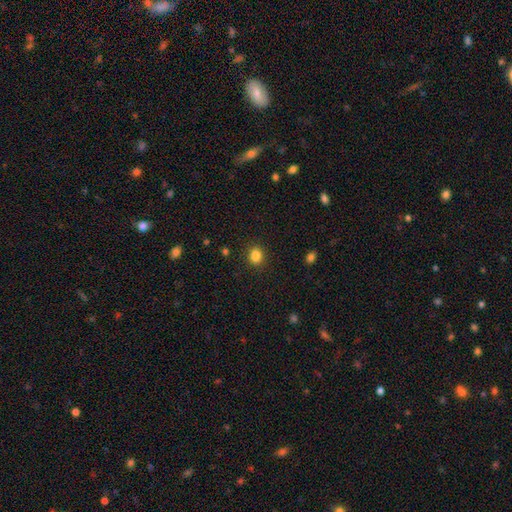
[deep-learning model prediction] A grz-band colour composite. It shows a smooth galaxy with no disk features (85%) that is round (66%). Merging: none (89%).